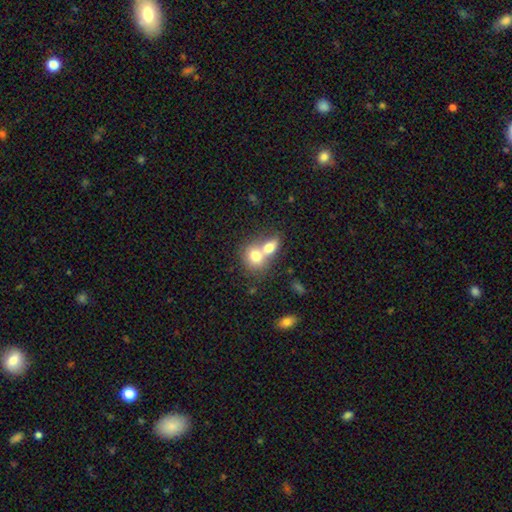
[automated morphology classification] Smooth or featured? smooth (74%)
How rounded? round (53%)
Merging? merger (70%)